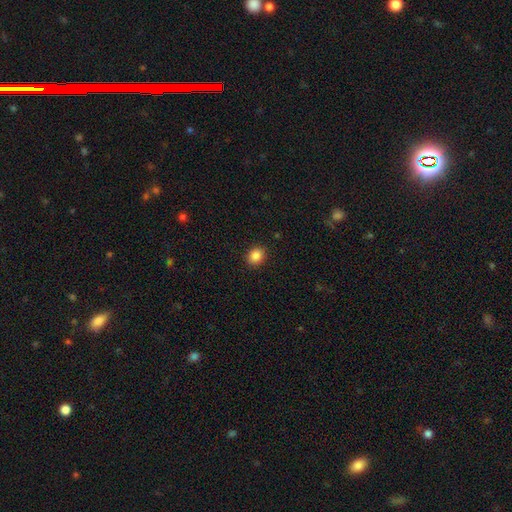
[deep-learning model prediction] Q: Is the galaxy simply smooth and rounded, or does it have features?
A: smooth — 86%.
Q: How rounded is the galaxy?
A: round — 64%.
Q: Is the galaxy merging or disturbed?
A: none — 90%.